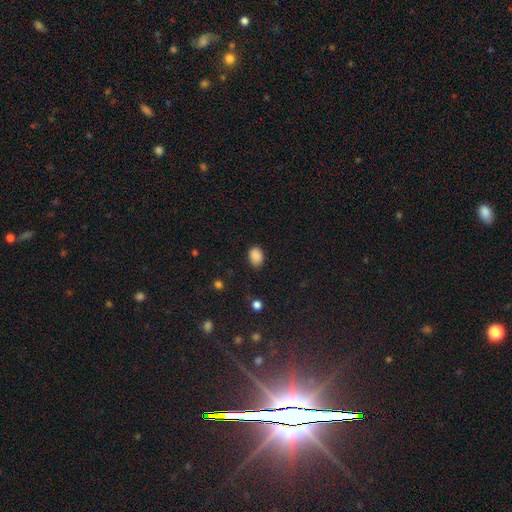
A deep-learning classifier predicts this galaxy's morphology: Smooth or featured?
  - smooth: 88% *
  - star or artifact: 9%
  - featured or disk: 3%
How rounded?
  - in between: 74% *
  - round: 25%
  - cigar-shaped: 1%
Merging?
  - none: 86% *
  - minor disturbance: 11%
  - major disturbance: 3%
  - merger: 1%